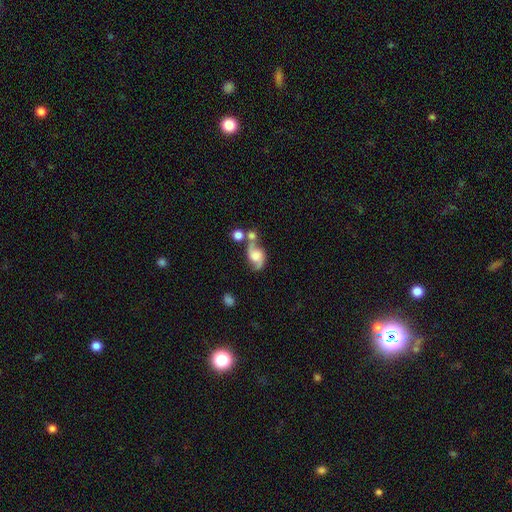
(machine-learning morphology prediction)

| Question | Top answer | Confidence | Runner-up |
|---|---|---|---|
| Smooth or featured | featured or disk | 71% | smooth (21%) |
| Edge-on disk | no | 96% | yes (4%) |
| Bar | no | 61% | weak (32%) |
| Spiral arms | yes | 92% | no (8%) |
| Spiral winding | loose | 61% | medium (31%) |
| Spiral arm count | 2 | 91% | 1 (4%) |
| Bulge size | large | 32% | moderate (26%) |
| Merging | none | 38% | merger (34%) |